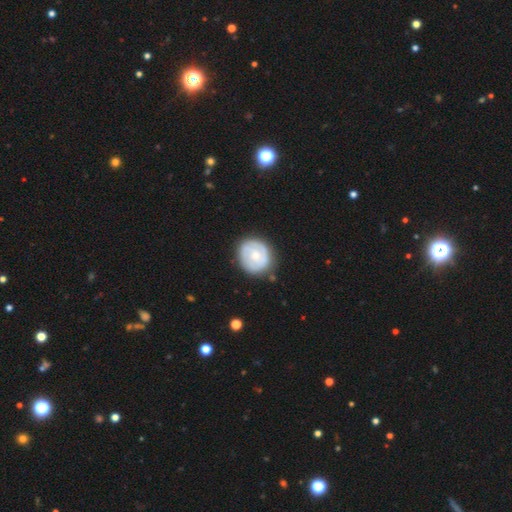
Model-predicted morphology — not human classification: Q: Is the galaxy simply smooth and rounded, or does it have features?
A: featured or disk — 56%.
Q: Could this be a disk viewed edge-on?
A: no — 98%.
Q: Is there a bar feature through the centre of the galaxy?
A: no — 75%.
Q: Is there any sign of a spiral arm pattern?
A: yes — 70%.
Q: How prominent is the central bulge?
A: moderate — 50%.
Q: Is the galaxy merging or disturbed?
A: none — 77%.